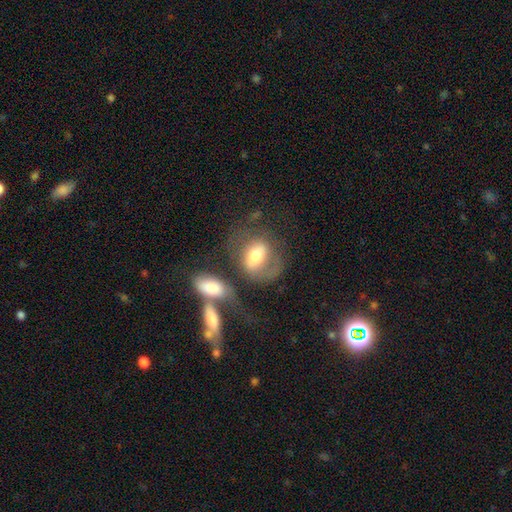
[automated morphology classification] A featured or disk galaxy (47%).

Vote fractions:
- Smooth or featured? featured or disk: 47% / smooth: 45% / star or artifact: 8%
- Merging? none: 35% / merger: 26% / major disturbance: 23% / minor disturbance: 17%